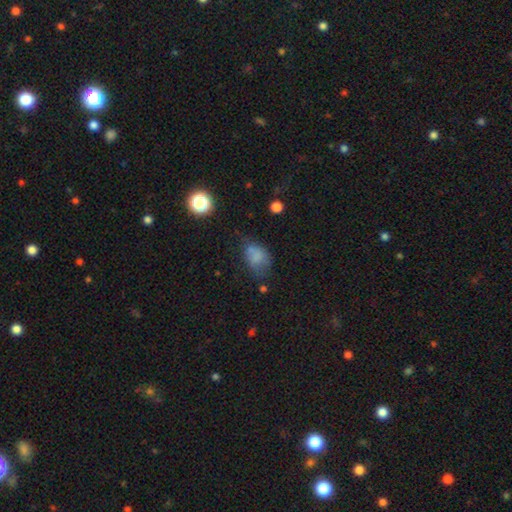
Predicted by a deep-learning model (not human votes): Overall: smooth (73%). How rounded: in between (78%). Merging: none (41%; minor disturbance 33%).